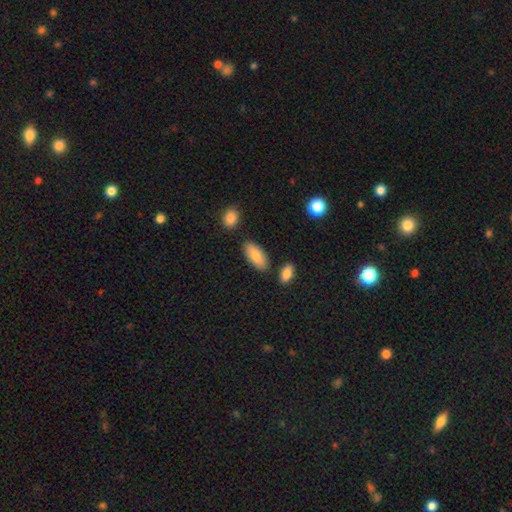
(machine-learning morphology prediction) A smooth galaxy with no disk features (84%) that is in between round and cigar-shaped (89%).

Vote fractions:
- Smooth or featured? smooth: 84% / featured or disk: 10% / star or artifact: 6%
- How rounded? in between: 89% / cigar-shaped: 9% / round: 2%
- Merging? none: 80% / minor disturbance: 12% / merger: 5% / major disturbance: 3%